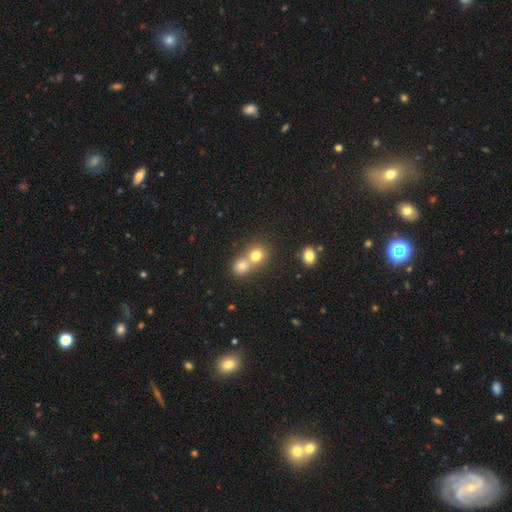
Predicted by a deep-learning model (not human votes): Smooth or featured: smooth — 76% (star or artifact — 14%)
How rounded: round — 81% (in between — 18%)
Merging: merger — 53% (none — 40%)